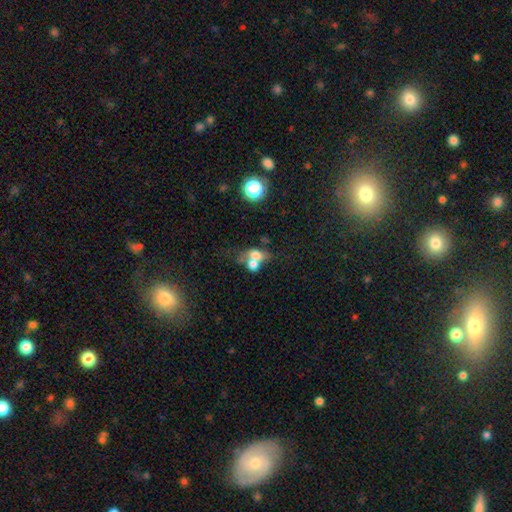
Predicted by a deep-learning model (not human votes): The model was most divided on "how rounded": in between: 51%, round: 46%, cigar-shaped: 3%. More confident: smooth or featured — smooth (65%); merging — merger (64%).